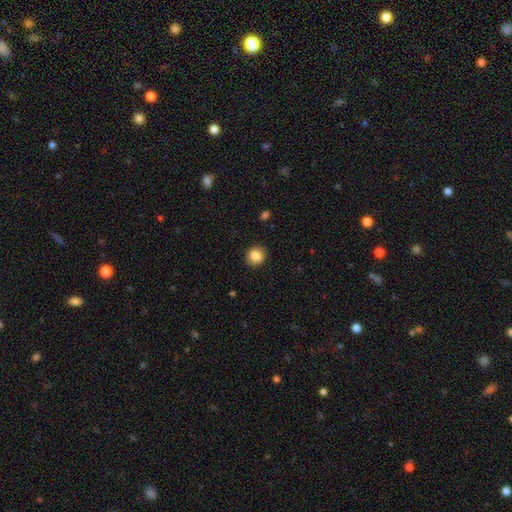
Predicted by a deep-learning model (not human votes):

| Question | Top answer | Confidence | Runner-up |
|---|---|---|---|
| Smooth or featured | smooth | 86% | star or artifact (9%) |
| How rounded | round | 85% | in between (14%) |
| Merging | none | 90% | minor disturbance (7%) |